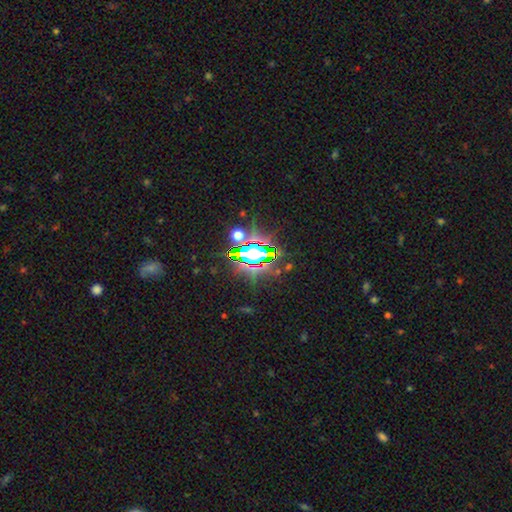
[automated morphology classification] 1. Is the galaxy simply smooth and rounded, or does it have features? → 72% star or artifact, 17% smooth, 11% featured or disk.